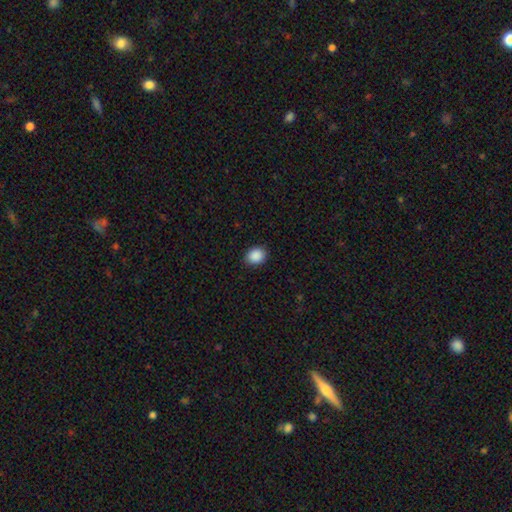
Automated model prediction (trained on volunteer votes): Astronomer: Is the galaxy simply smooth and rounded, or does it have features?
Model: smooth — 89%.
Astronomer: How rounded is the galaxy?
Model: round — 53% (runner-up: in between, 46%).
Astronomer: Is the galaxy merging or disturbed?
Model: none — 89%.